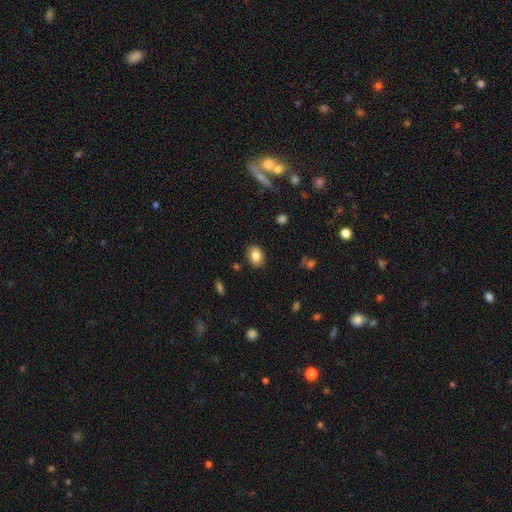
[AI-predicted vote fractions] This appears to be a smooth galaxy with no disk features (84%) that is in between round and cigar-shaped (72%). Merging: none (87%).